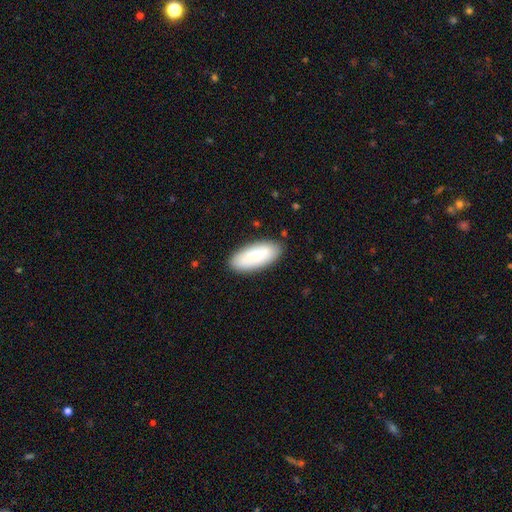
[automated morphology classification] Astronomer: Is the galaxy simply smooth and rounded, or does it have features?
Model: smooth — 75%.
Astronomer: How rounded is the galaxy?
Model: in between — 86%.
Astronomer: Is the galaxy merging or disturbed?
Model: none — 86%.